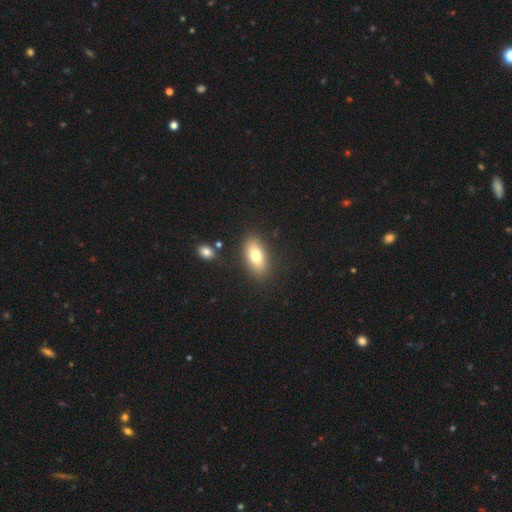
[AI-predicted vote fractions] Q: Smooth or featured?
A: smooth (76%); runner-up: featured or disk (16%)
Q: How rounded?
A: in between (87%); runner-up: cigar-shaped (8%)
Q: Merging?
A: none (85%); runner-up: minor disturbance (9%)